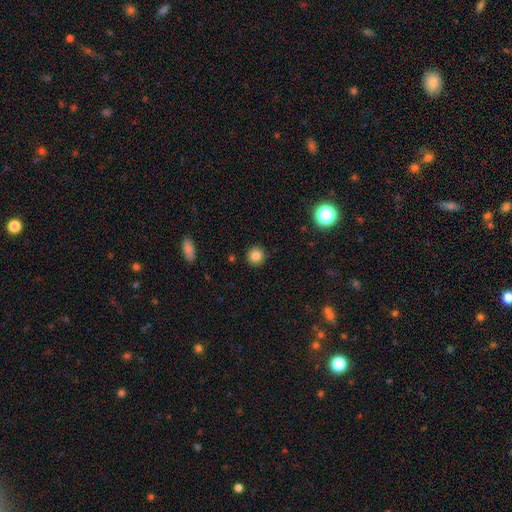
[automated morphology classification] smooth-or-featured: smooth: 84% | star or artifact: 10% | featured or disk: 6%
  how-rounded: round: 92% | in between: 7% | cigar-shaped: 1%
  merging: none: 90% | minor disturbance: 6% | major disturbance: 2% | merger: 2%